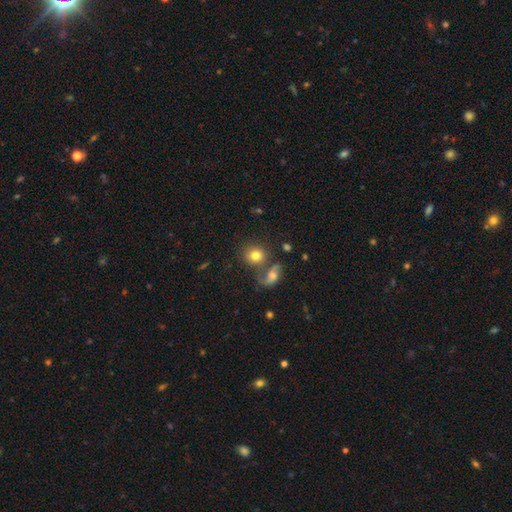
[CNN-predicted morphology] This is likely a smooth galaxy (77%). How rounded: likely round (76%). Merging: possibly none (57%).